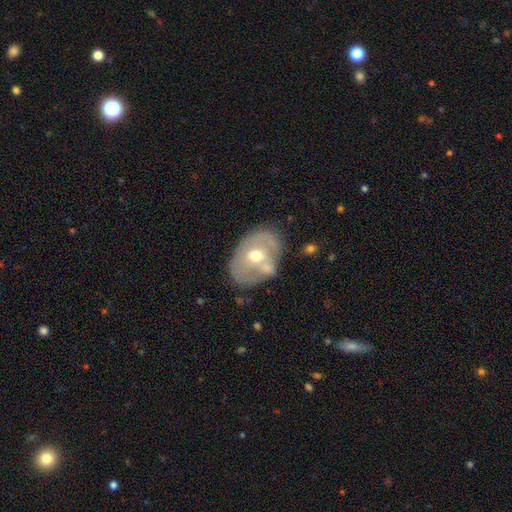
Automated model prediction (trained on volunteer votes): This is possibly a featured or disk galaxy (56%). It is clearly not viewed edge-on (94%). Bar: likely no (66%). Spiral arm pattern: likely no (70%). Central bulge: likely moderate (75%). Merging: possibly none (48%).